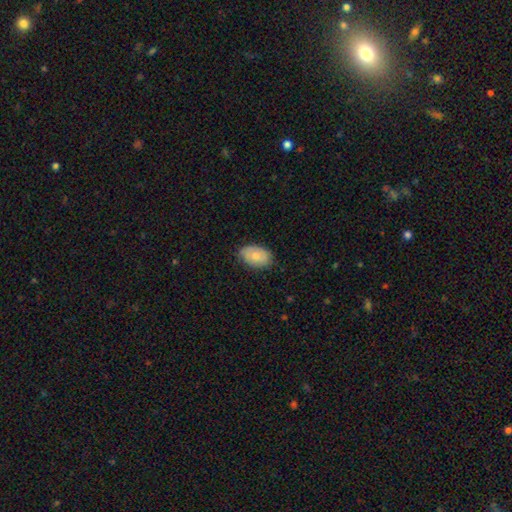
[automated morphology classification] type=smooth (76%); roundness=in between (89%); merging=none (78%).